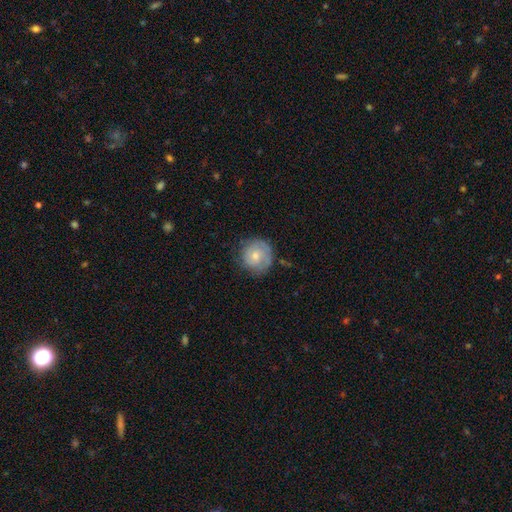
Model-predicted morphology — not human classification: Smooth or featured?
  - featured or disk: 47% *
  - smooth: 46%
  - star or artifact: 7%
Merging?
  - none: 72% *
  - minor disturbance: 20%
  - major disturbance: 7%
  - merger: 2%